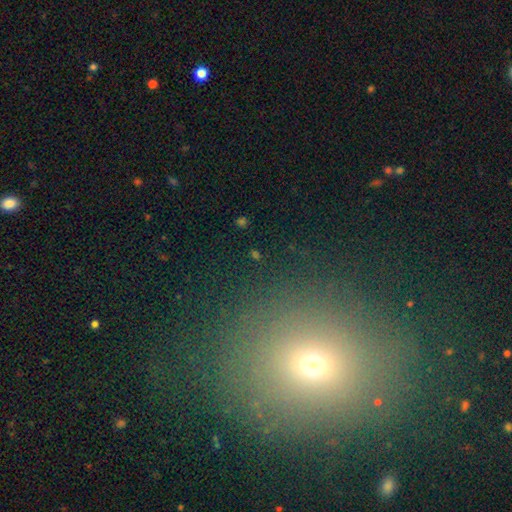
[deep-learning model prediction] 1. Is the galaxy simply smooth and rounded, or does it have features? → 51% star or artifact, 36% smooth, 13% featured or disk.